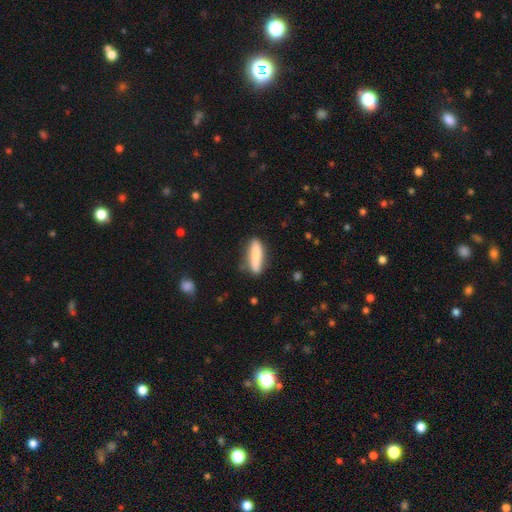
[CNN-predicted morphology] smooth_or_featured: smooth (p=0.80) [alt: featured or disk p=0.14]
how_rounded: cigar-shaped (p=0.69) [alt: in between p=0.29]
merging: none (p=0.75) [alt: minor disturbance p=0.18]